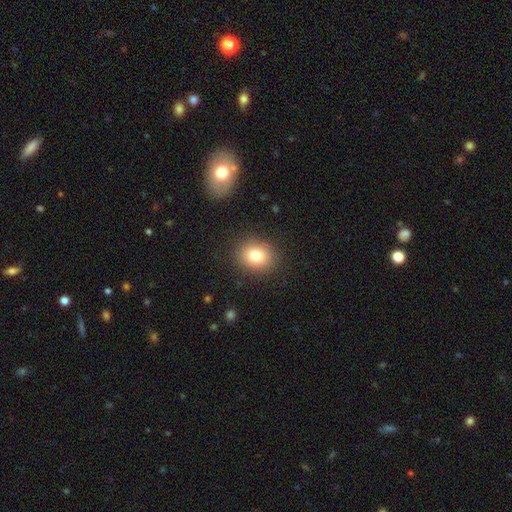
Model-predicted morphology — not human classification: smooth-or-featured: smooth: 80% | star or artifact: 11% | featured or disk: 9%
  how-rounded: round: 64% | in between: 36% | cigar-shaped: 1%
  merging: none: 88% | minor disturbance: 8% | major disturbance: 3% | merger: 1%